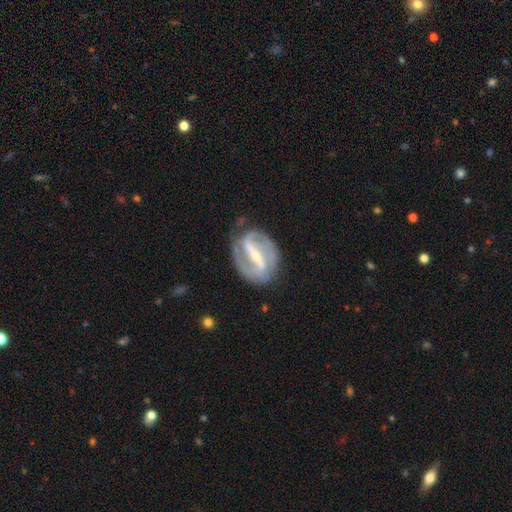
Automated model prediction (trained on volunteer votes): Smooth or featured: featured or disk — 89% (smooth — 7%)
Edge-on disk: no — 96% (yes — 4%)
Bar: strong — 78% (weak — 17%)
Spiral arms: yes — 93% (no — 7%)
Spiral winding: medium — 44% (tight — 41%)
Spiral arm count: 2 — 86% (can't tell — 6%)
Bulge size: small — 60% (moderate — 34%)
Merging: none — 74% (minor disturbance — 17%)